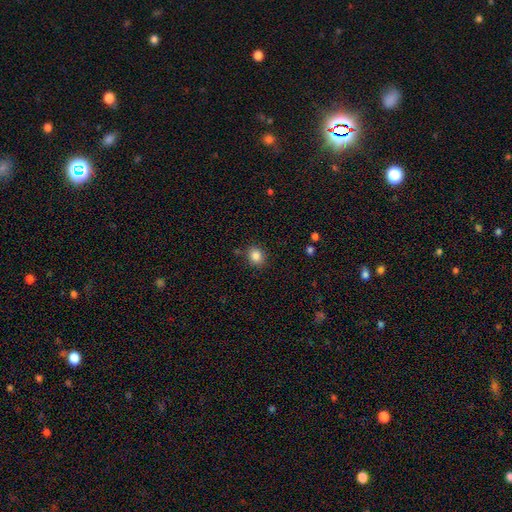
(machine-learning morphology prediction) This is clearly a smooth galaxy (85%). How rounded: likely round (64%). Merging: clearly none (85%).